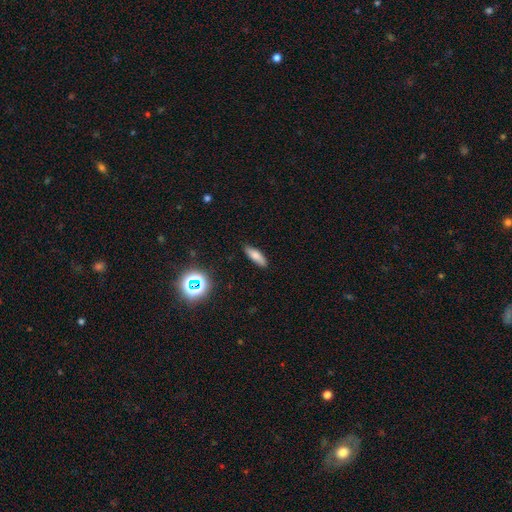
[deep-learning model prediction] This is likely a smooth galaxy (73%). How rounded: possibly cigar-shaped (51%). Merging: clearly none (86%).